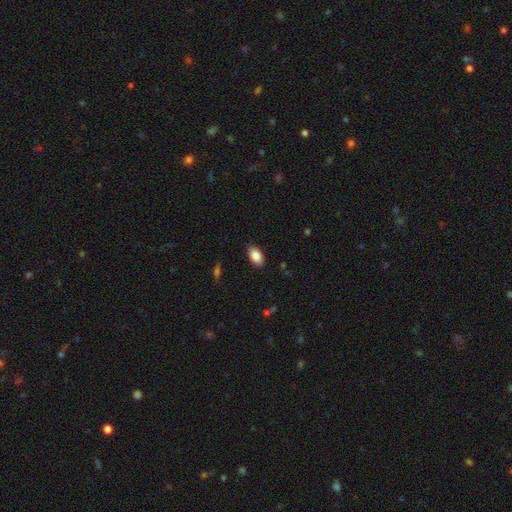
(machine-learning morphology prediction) Smooth or featured: smooth — 87% (star or artifact — 7%)
How rounded: in between — 93% (round — 5%)
Merging: none — 86% (minor disturbance — 10%)